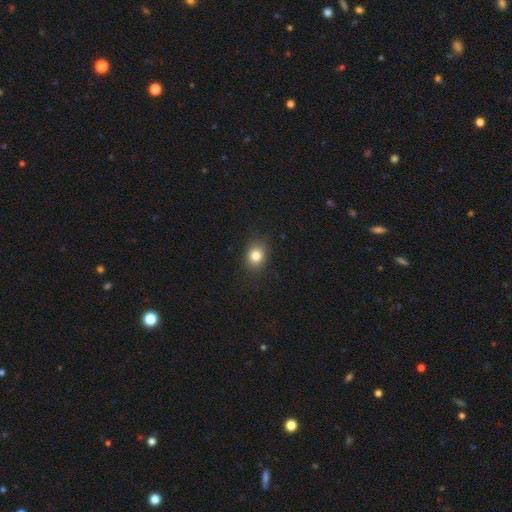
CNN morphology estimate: smooth_or_featured: smooth (p=0.81) [alt: star or artifact p=0.11]
how_rounded: round (p=0.53) [alt: in between p=0.46]
merging: none (p=0.87) [alt: minor disturbance p=0.10]